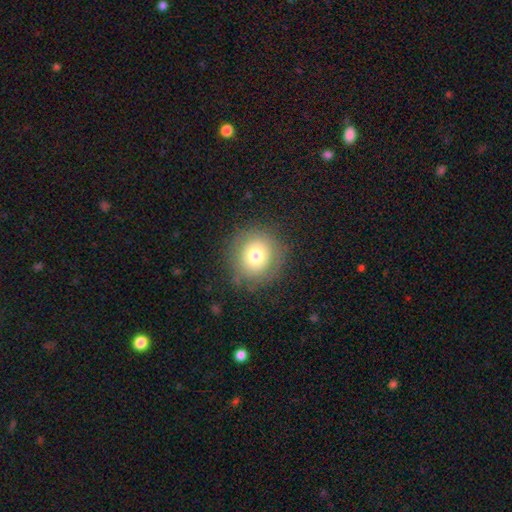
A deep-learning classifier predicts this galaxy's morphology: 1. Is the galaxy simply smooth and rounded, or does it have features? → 69% smooth, 18% featured or disk, 12% star or artifact.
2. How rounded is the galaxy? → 89% round, 10% in between, 1% cigar-shaped.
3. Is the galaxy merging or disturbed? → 83% none, 11% minor disturbance, 5% major disturbance, 1% merger.